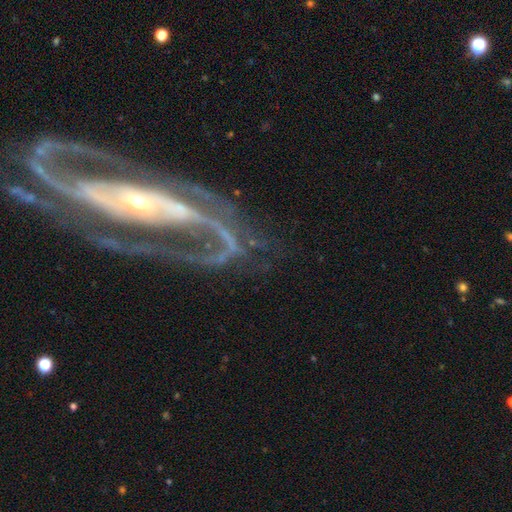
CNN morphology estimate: Overall: featured or disk (91%). Edge-on disk: no (94%). Bar: strong (50%; no 28%). Spiral arms: yes (97%). Spiral arm count: 2 (86%). Spiral winding: medium (52%; tight 30%). Bulge size: small (72%). Merging: none (74%).